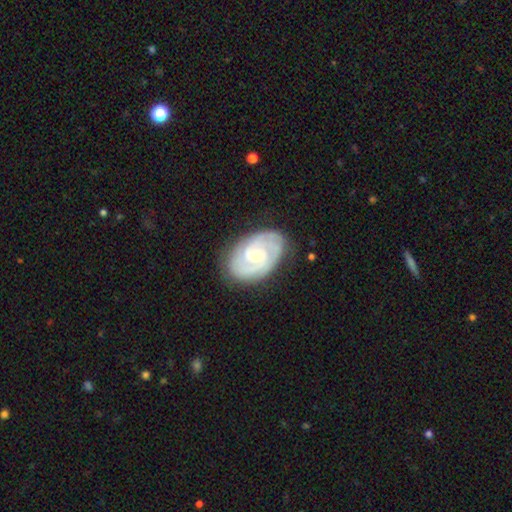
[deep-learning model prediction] This is clearly a featured or disk galaxy (87%). It is clearly not viewed edge-on (97%). Bar: possibly no (56%). Spiral arm pattern: clearly yes (97%). Spiral arm count: marginally 2 (43%). Spiral winding: likely tight (68%). Central bulge: possibly moderate (56%). Merging: clearly none (82%).